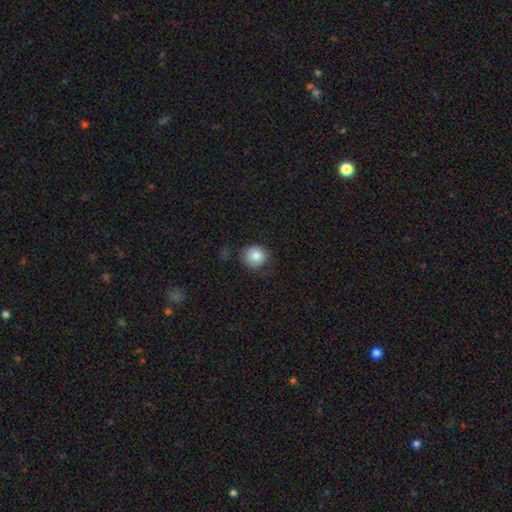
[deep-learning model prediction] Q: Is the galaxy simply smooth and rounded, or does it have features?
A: smooth — 84%.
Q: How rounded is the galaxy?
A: round — 91%.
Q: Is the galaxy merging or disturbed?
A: none — 73%.